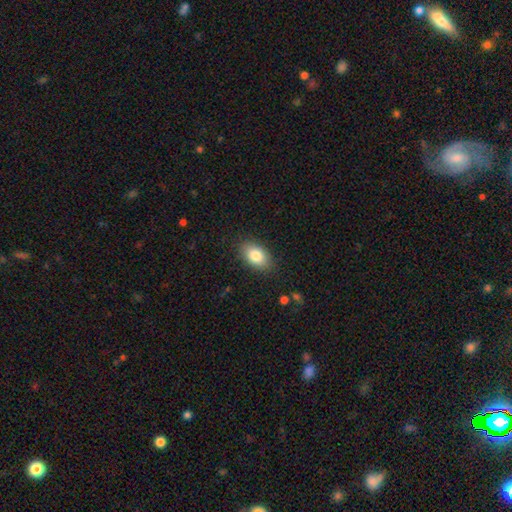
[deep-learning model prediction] smooth 82%, featured or disk 10%, star or artifact 8%. Down the decision tree: how rounded — in between (89%); merging — none (86%).